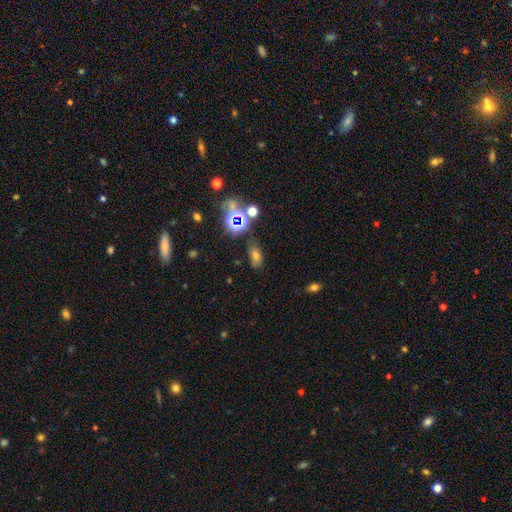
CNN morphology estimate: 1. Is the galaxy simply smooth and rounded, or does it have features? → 51% smooth, 36% star or artifact, 13% featured or disk.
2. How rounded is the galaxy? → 82% in between, 14% round, 4% cigar-shaped.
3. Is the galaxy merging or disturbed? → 76% none, 14% minor disturbance, 5% major disturbance, 5% merger.